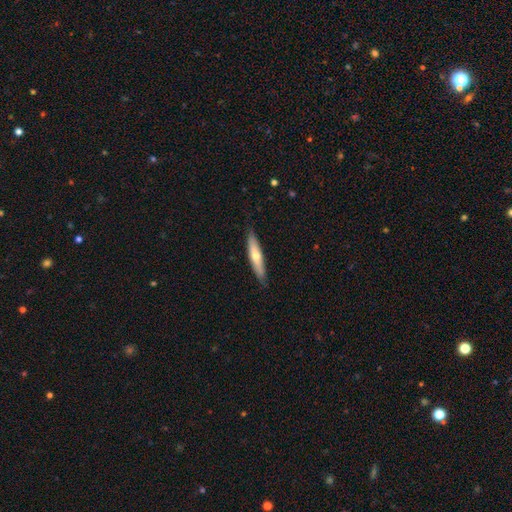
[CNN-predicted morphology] smooth 53%, featured or disk 42%, star or artifact 5%. Down the decision tree: how rounded — cigar-shaped (82%); merging — none (86%).